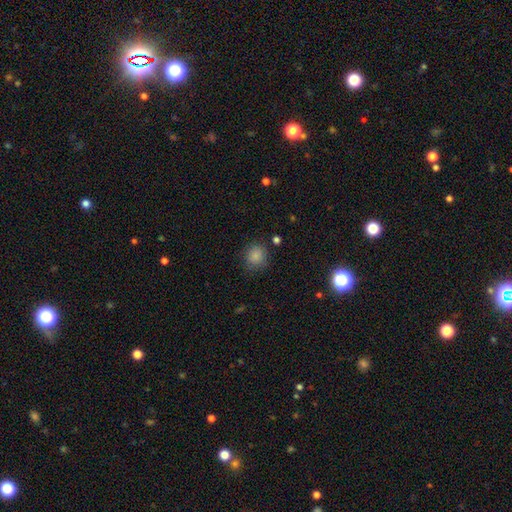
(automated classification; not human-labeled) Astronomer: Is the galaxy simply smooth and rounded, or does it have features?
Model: smooth — 85%.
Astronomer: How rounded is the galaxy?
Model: round — 84%.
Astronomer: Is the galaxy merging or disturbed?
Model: none — 82%.